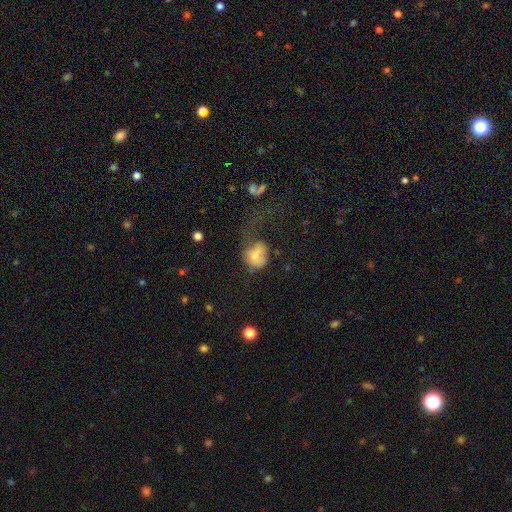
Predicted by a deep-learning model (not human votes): This appears to be a smooth galaxy with no disk features (66%) that is round (57%). Merging: major disturbance (49%).